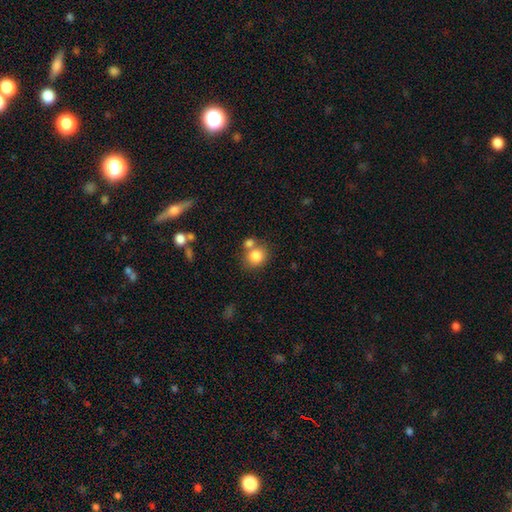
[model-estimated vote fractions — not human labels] Smooth or featured: smooth — 82% (star or artifact — 10%)
How rounded: round — 79% (in between — 21%)
Merging: none — 57% (merger — 29%)